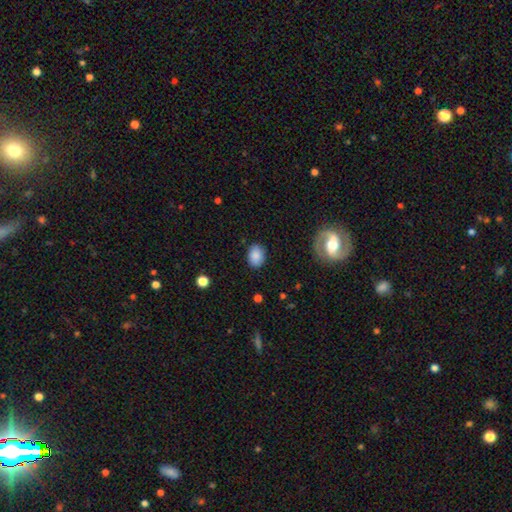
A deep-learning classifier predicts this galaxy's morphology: type=smooth (85%); roundness=in between (76%); merging=none (85%).